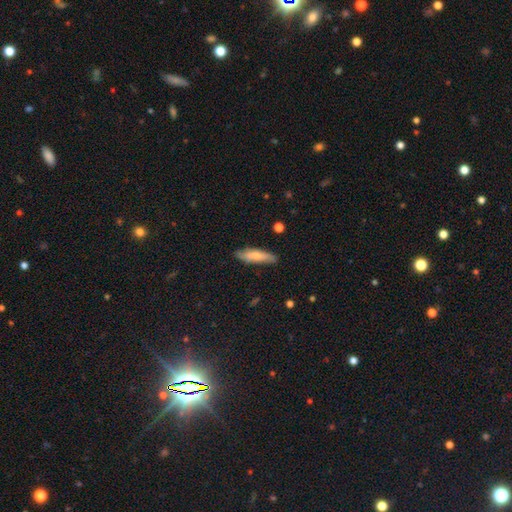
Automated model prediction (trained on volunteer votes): smooth-or-featured: smooth: 71% | featured or disk: 23% | star or artifact: 6%
  how-rounded: cigar-shaped: 65% | in between: 34% | round: 2%
  merging: none: 80% | minor disturbance: 16% | major disturbance: 3% | merger: 1%